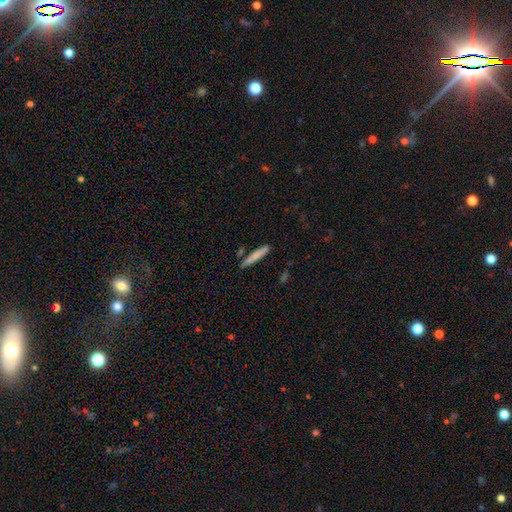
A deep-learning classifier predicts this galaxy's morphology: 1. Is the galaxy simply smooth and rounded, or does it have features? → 72% smooth, 21% featured or disk, 6% star or artifact.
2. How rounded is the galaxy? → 93% cigar-shaped, 6% in between, 1% round.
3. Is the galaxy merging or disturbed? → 81% none, 12% minor disturbance, 5% merger, 2% major disturbance.